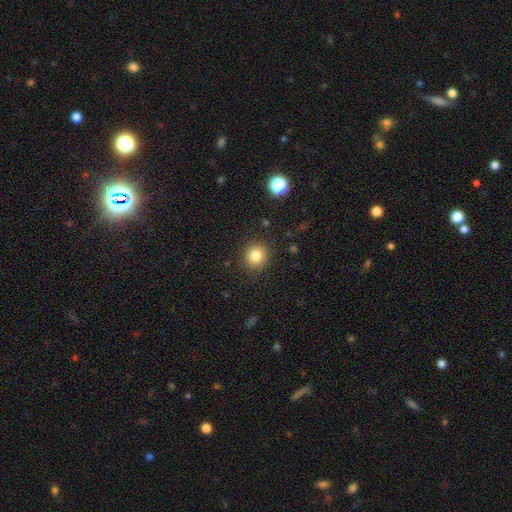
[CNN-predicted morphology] This is clearly a smooth galaxy (83%). How rounded: clearly round (88%). Merging: clearly none (89%).